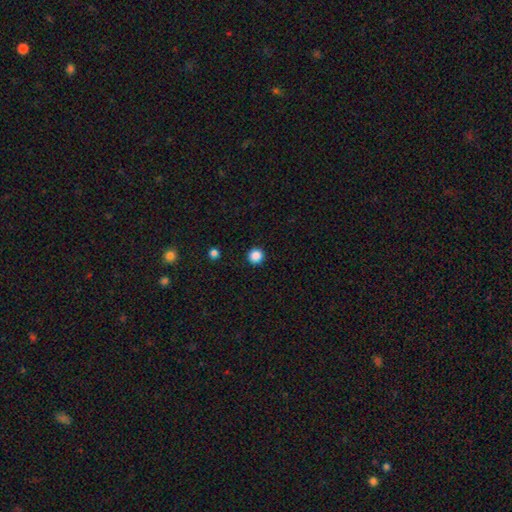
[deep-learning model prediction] Overall: smooth (87%). How rounded: round (95%). Merging: none (93%).